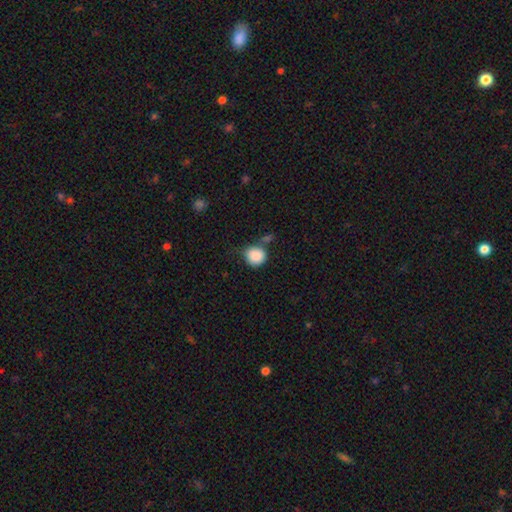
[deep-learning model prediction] smooth-or-featured: smooth: 87% | star or artifact: 9% | featured or disk: 4%
  how-rounded: round: 88% | in between: 11% | cigar-shaped: 1%
  merging: none: 55% | minor disturbance: 24% | merger: 13% | major disturbance: 8%